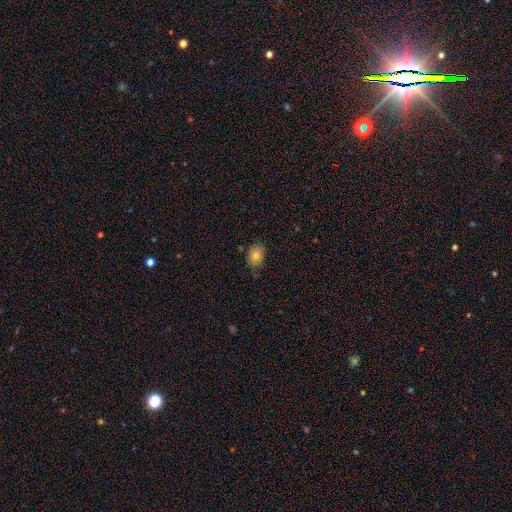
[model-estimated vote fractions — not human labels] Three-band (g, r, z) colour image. It shows a smooth galaxy with no disk features (79%) that is in between round and cigar-shaped (75%). Merging: none (70%).